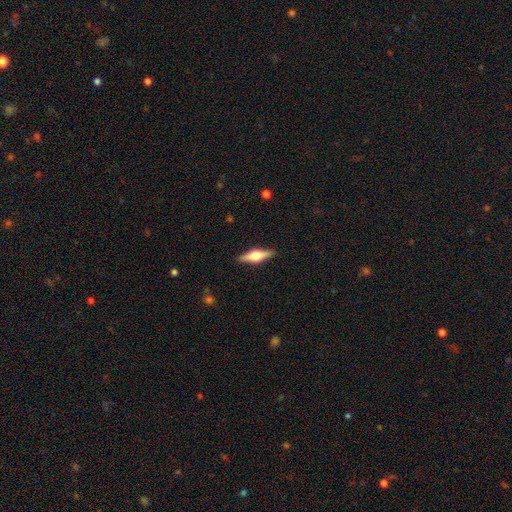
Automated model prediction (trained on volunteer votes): Q: Smooth or featured?
A: featured or disk (61%); runner-up: smooth (33%)
Q: Edge-on disk?
A: yes (96%); runner-up: no (4%)
Q: Edge-on bulge?
A: rounded (93%); runner-up: boxy (6%)
Q: Merging?
A: none (90%); runner-up: minor disturbance (8%)